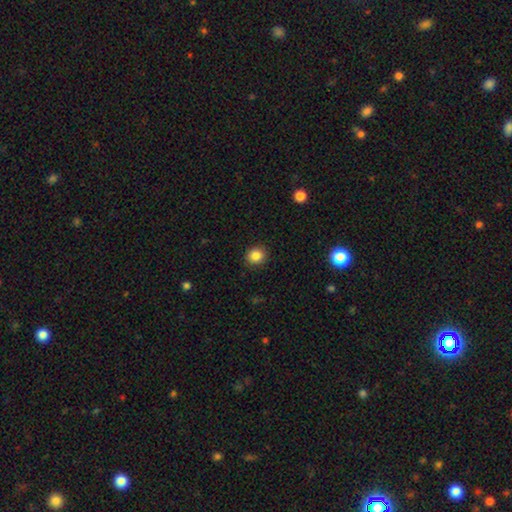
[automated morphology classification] Smooth or featured? Predicted: smooth (p=0.85). How rounded? Predicted: round (p=0.82). Merging? Predicted: none (p=0.91).